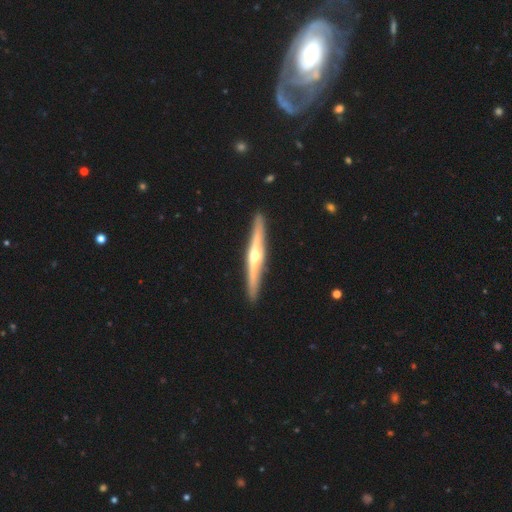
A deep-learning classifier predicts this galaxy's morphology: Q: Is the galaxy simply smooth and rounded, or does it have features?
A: featured or disk — 81%.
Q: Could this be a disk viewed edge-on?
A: yes — 98%.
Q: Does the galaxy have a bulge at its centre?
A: rounded — 91%.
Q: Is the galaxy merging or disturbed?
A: none — 92%.